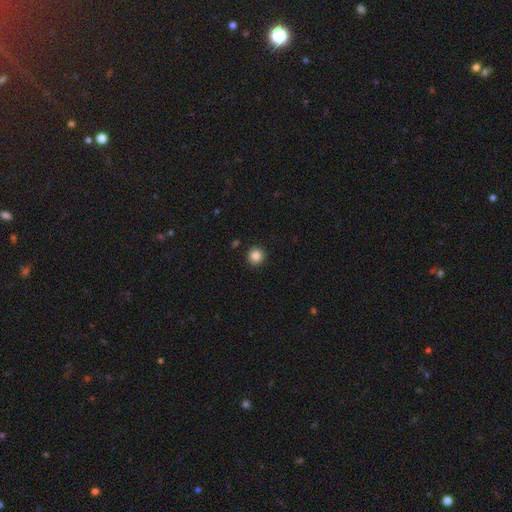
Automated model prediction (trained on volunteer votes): smooth_or_featured: smooth (p=0.85) [alt: star or artifact p=0.11]
how_rounded: round (p=0.93) [alt: in between p=0.06]
merging: none (p=0.91) [alt: minor disturbance p=0.06]